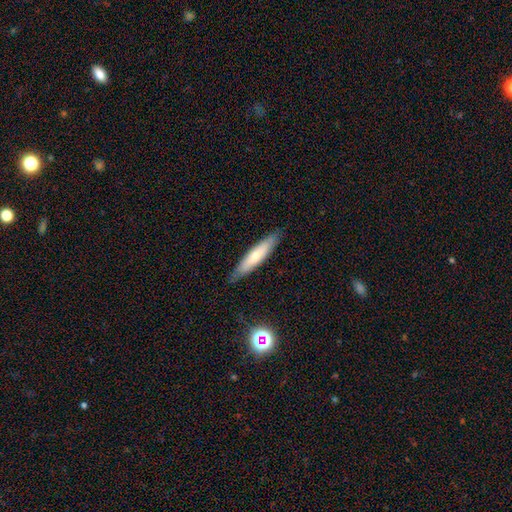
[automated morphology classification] The model was most divided on "smooth or featured": smooth: 59%, featured or disk: 35%, star or artifact: 6%. More confident: merging — none (84%); how rounded — cigar-shaped (84%).